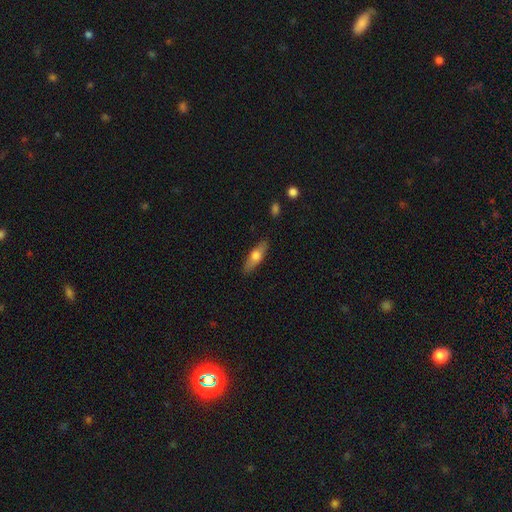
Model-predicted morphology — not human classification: type=smooth (57%); roundness=cigar-shaped (50%); merging=none (87%).